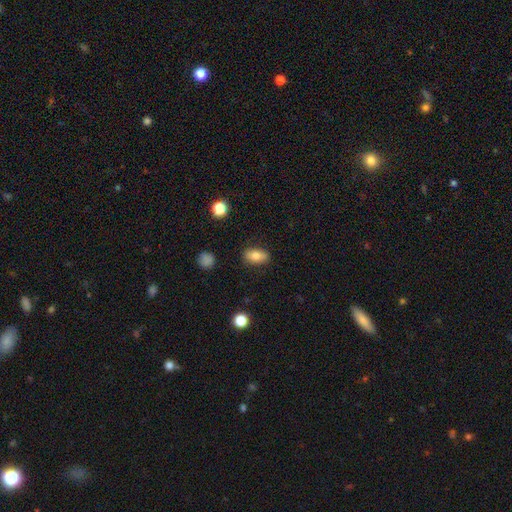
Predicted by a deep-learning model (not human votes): Smooth or featured? smooth (79%)
How rounded? in between (87%)
Merging? none (83%)